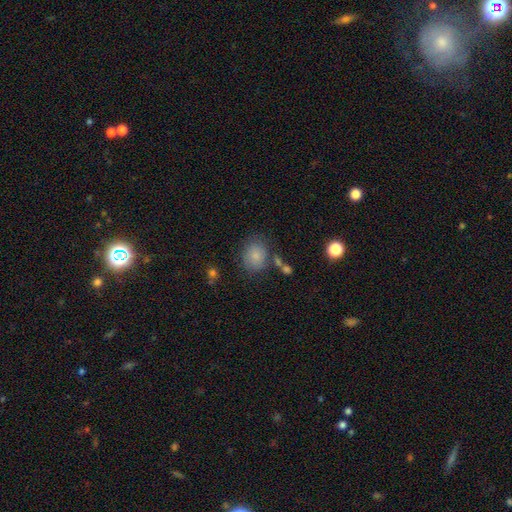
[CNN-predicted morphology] smooth 82%, star or artifact 10%, featured or disk 8%. Down the decision tree: how rounded — round (56%); merging — none (71%).